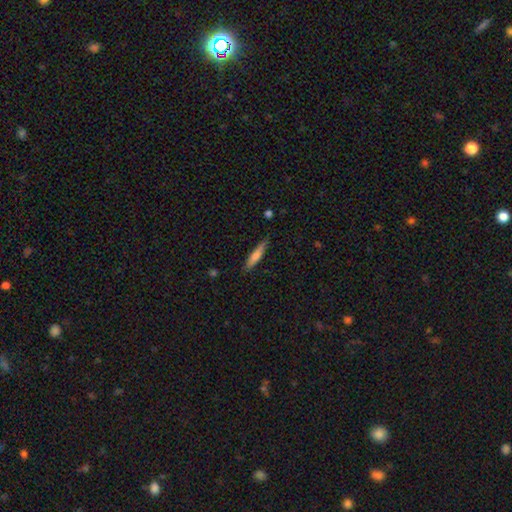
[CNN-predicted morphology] This appears to be a smooth galaxy with no disk features (66%) that is cigar-shaped (88%). Merging: none (86%).